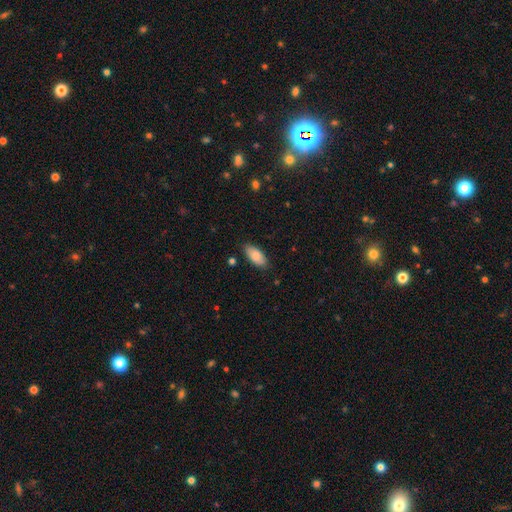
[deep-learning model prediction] smooth-or-featured: smooth: 86% | featured or disk: 8% | star or artifact: 6%
  how-rounded: in between: 89% | cigar-shaped: 9% | round: 2%
  merging: none: 85% | minor disturbance: 11% | major disturbance: 2% | merger: 1%